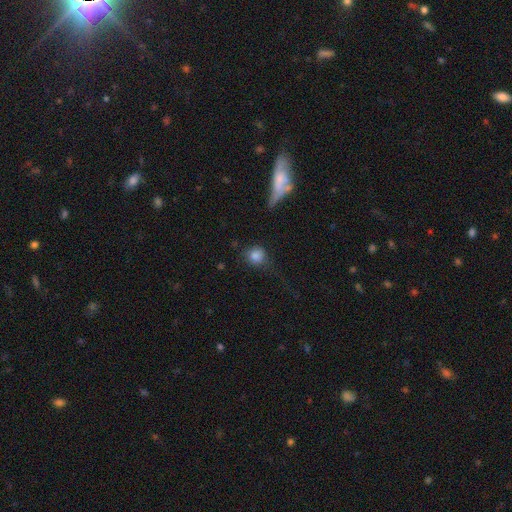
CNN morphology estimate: A smooth galaxy with no disk features (82%) that is round (87%). Merging: none (67%).